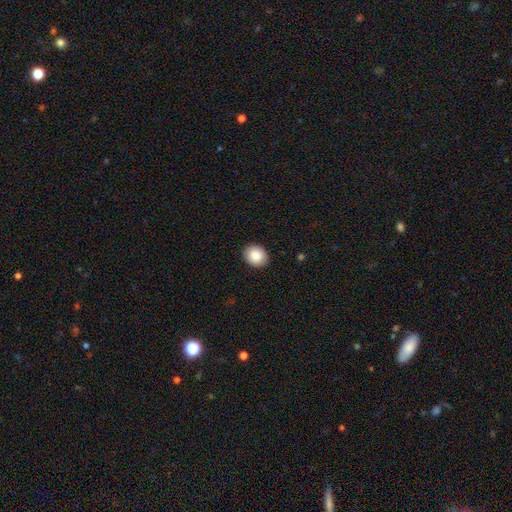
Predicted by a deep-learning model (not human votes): Smooth or featured: smooth — 86% (star or artifact — 8%)
How rounded: round — 62% (in between — 38%)
Merging: none — 90% (minor disturbance — 7%)